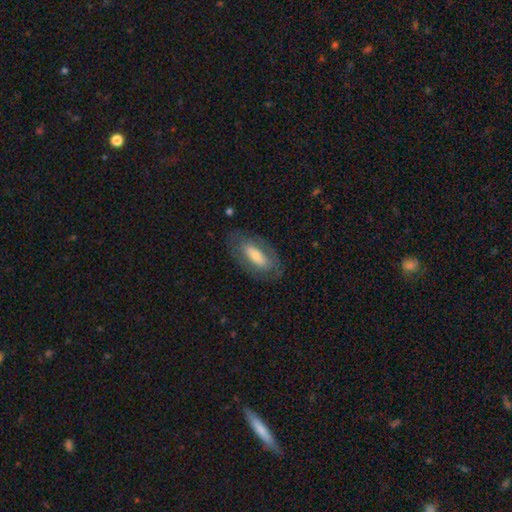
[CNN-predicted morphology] type=smooth (48%); merging=none (77%).